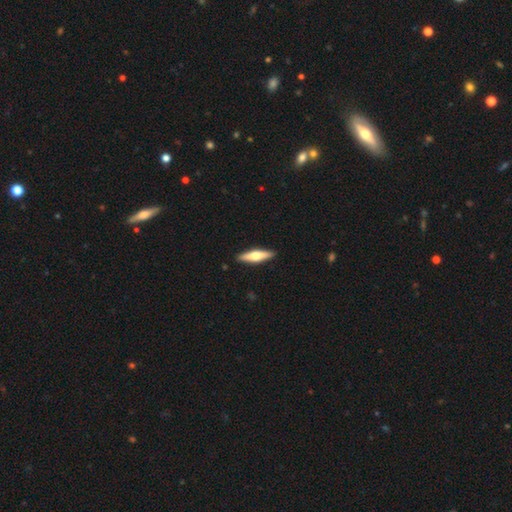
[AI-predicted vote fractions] This appears to be a featured or disk galaxy (52%) viewed edge-on (94%). Merging: none (91%).